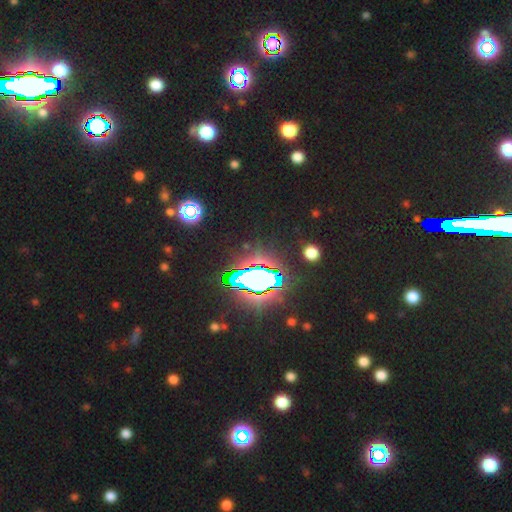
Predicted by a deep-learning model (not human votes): Smooth or featured? star or artifact (83%)